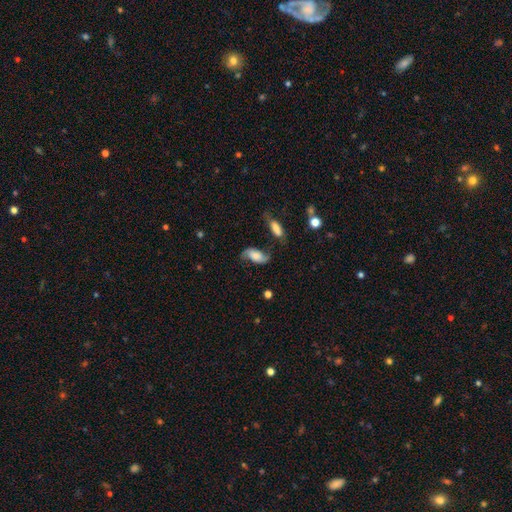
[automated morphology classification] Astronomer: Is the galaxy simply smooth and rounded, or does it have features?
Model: featured or disk — 57% (runner-up: smooth, 35%).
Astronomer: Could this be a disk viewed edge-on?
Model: no — 92%.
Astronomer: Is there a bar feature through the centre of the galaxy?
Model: no — 60%.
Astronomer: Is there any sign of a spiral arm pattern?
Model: yes — 91%.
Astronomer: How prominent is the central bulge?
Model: large — 25% (runner-up: none, 23%).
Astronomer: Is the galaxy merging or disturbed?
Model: none — 60%.